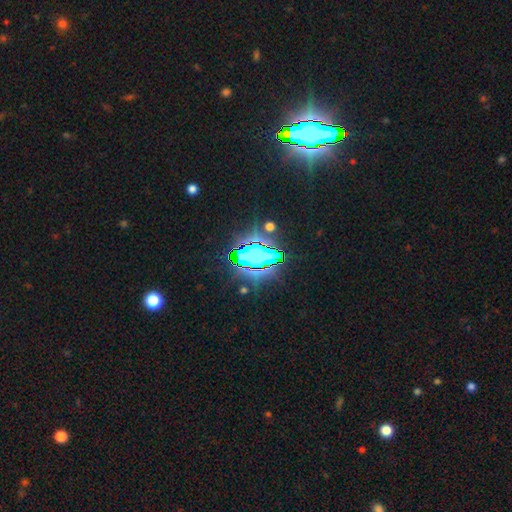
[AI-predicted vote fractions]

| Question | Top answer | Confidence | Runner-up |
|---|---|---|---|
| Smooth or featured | star or artifact | 70% | smooth (18%) |